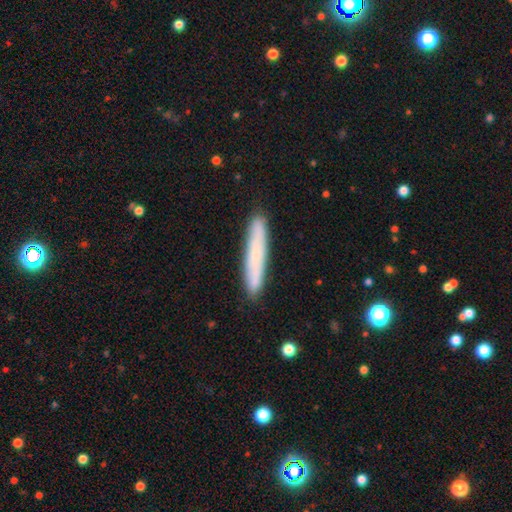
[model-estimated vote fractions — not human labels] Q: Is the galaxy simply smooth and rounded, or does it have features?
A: smooth — 66%.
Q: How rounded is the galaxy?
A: cigar-shaped — 94%.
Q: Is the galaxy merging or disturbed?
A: none — 89%.